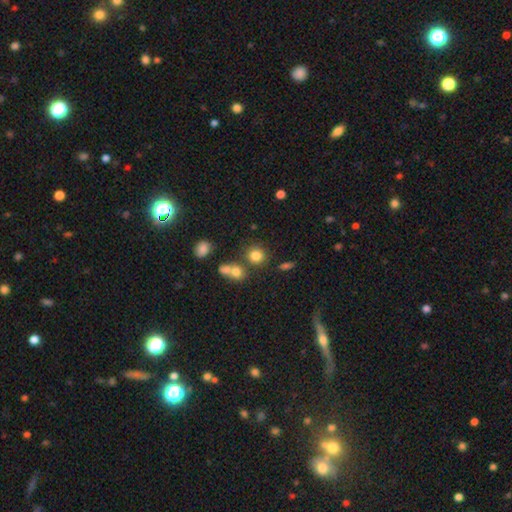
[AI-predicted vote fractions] Smooth or featured: smooth — 80% (star or artifact — 13%)
How rounded: round — 83% (in between — 16%)
Merging: none — 71% (merger — 15%)